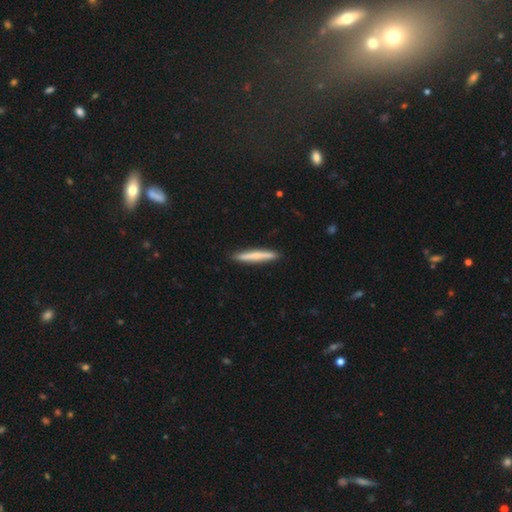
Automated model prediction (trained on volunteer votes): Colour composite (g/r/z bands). It shows a smooth galaxy with no disk features (61%) that is cigar-shaped (96%). Merging: none (90%).